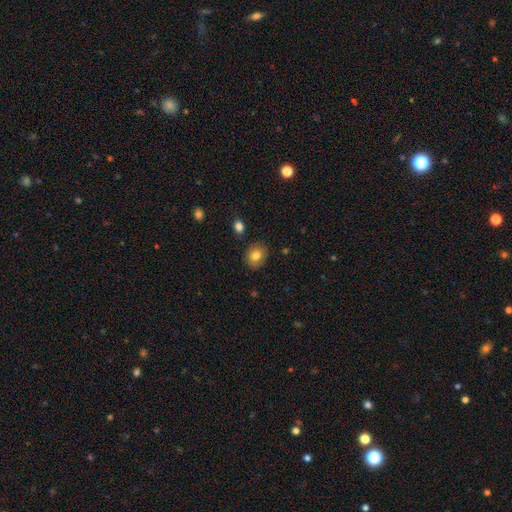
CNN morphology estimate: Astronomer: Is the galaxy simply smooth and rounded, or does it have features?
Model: smooth — 79%.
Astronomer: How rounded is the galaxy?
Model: round — 62% (runner-up: in between, 37%).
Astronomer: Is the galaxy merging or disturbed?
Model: none — 86%.